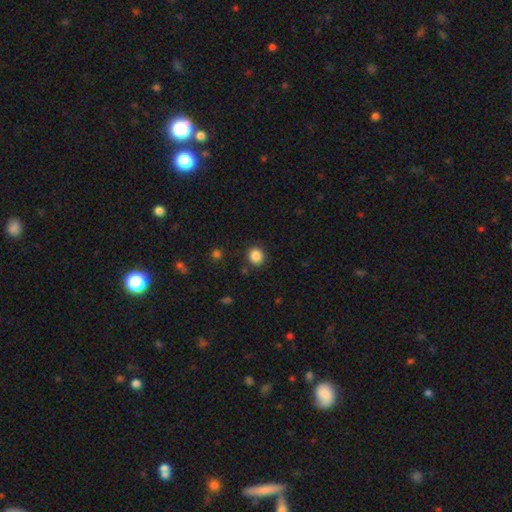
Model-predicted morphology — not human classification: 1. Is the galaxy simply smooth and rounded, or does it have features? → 87% smooth, 10% star or artifact, 3% featured or disk.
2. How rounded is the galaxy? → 86% round, 13% in between, 1% cigar-shaped.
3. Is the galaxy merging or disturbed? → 88% none, 7% minor disturbance, 3% major disturbance, 2% merger.